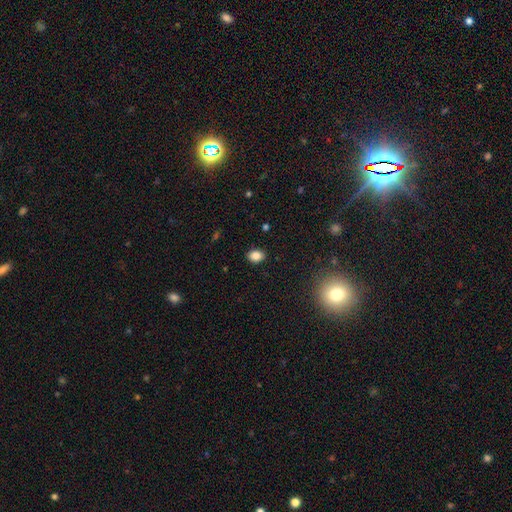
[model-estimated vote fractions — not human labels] The model was most divided on "how rounded": in between: 72%, round: 27%, cigar-shaped: 1%. More confident: merging — none (88%); smooth or featured — smooth (85%).